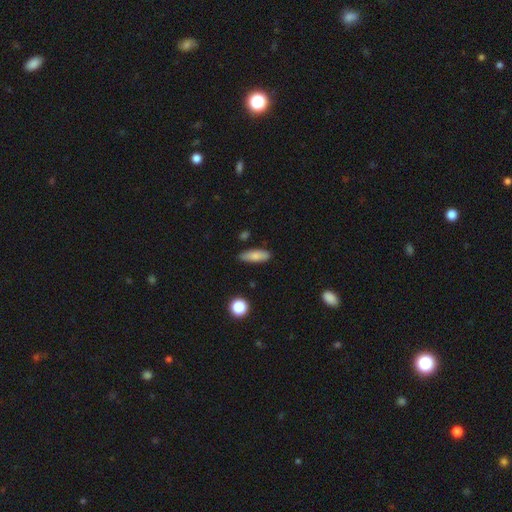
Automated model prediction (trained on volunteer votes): smooth_or_featured: smooth (p=0.81) [alt: featured or disk p=0.11]
how_rounded: in between (p=0.55) [alt: cigar-shaped p=0.42]
merging: none (p=0.83) [alt: minor disturbance p=0.13]